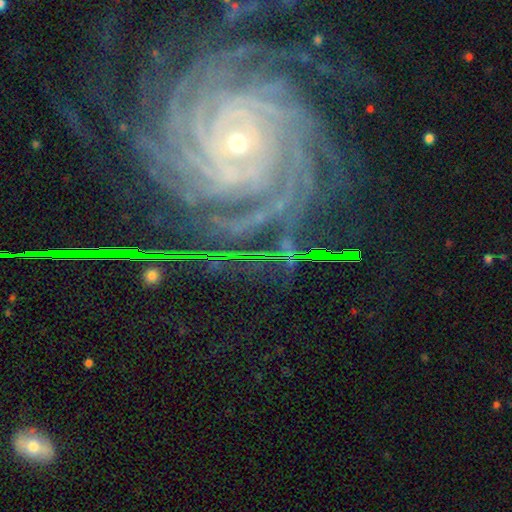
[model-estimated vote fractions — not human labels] Morphology: type=featured or disk (81%); edge-on=no (96%); bar=no (64%); spiral arms=yes (98%); winding=tight (83%); arm count=more than 4 (31%); bulge=small (70%); merging=none (77%).